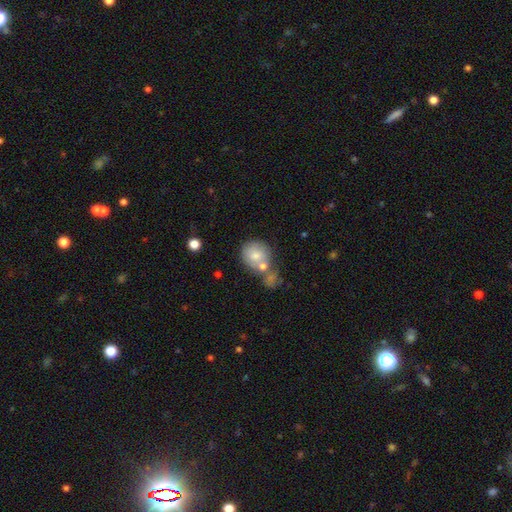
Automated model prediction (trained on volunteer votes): Smooth or featured: smooth — 74% (featured or disk — 18%)
How rounded: round — 78% (in between — 21%)
Merging: merger — 48% (none — 35%)